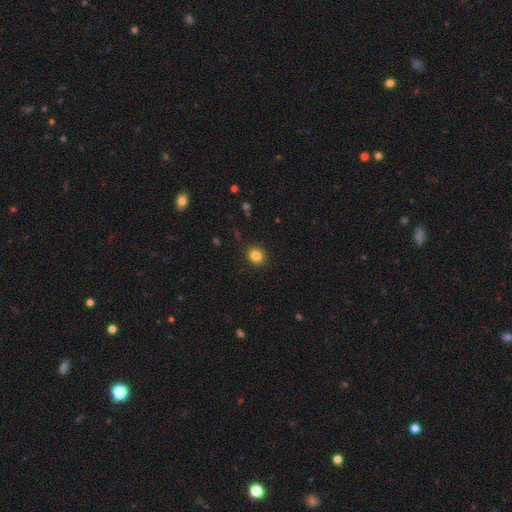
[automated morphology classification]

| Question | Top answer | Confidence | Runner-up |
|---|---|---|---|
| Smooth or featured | smooth | 84% | star or artifact (11%) |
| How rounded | round | 80% | in between (19%) |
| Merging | none | 91% | minor disturbance (6%) |